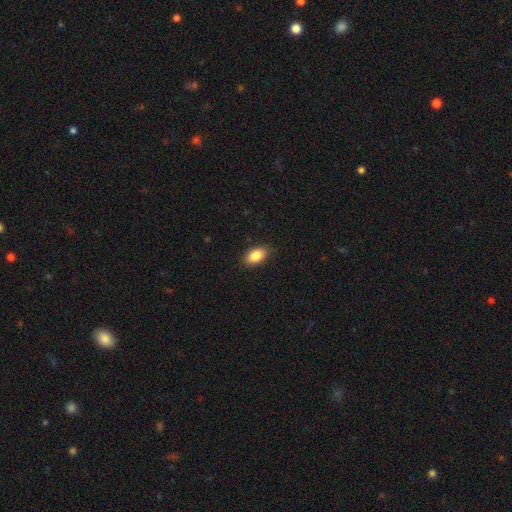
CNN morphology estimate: smooth-or-featured: smooth: 86% | star or artifact: 7% | featured or disk: 7%
  how-rounded: in between: 92% | round: 5% | cigar-shaped: 3%
  merging: none: 88% | minor disturbance: 9% | major disturbance: 2% | merger: 1%